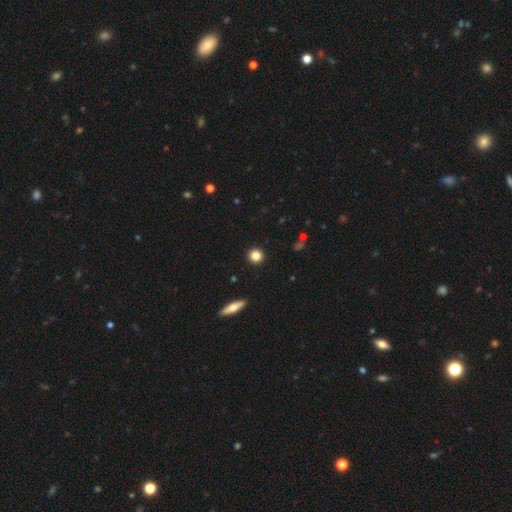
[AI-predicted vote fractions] This is clearly a smooth galaxy (84%). How rounded: clearly round (92%). Merging: clearly none (93%).